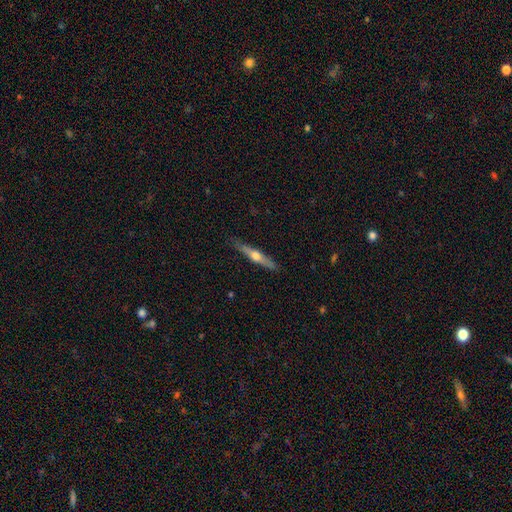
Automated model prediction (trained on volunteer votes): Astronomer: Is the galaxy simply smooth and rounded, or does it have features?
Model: featured or disk — 60%.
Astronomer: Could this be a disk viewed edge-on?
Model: yes — 96%.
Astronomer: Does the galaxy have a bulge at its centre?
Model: rounded — 91%.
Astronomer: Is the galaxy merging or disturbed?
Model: none — 86%.